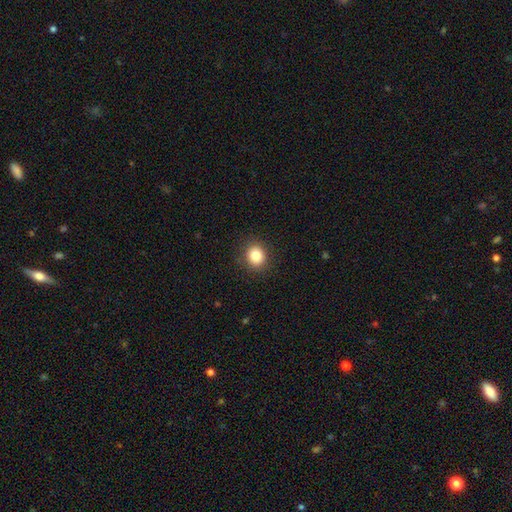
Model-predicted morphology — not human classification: The model was most divided on "how rounded": round: 77%, in between: 22%, cigar-shaped: 1%. More confident: merging — none (90%); smooth or featured — smooth (84%).